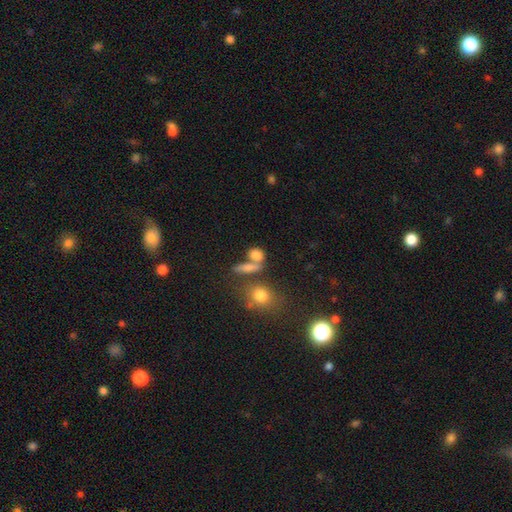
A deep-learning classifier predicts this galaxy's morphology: This is likely a smooth galaxy (75%). How rounded: possibly in between (55%). Merging: marginally merger (41%).